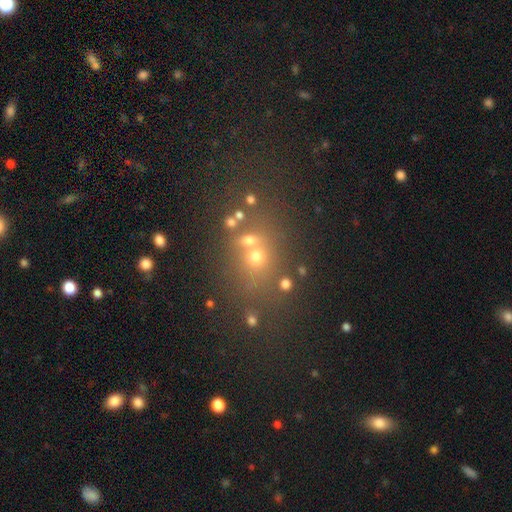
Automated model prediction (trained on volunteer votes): smooth_or_featured: smooth (p=0.42) [alt: star or artifact p=0.41]
merging: none (p=0.62) [alt: merger p=0.21]